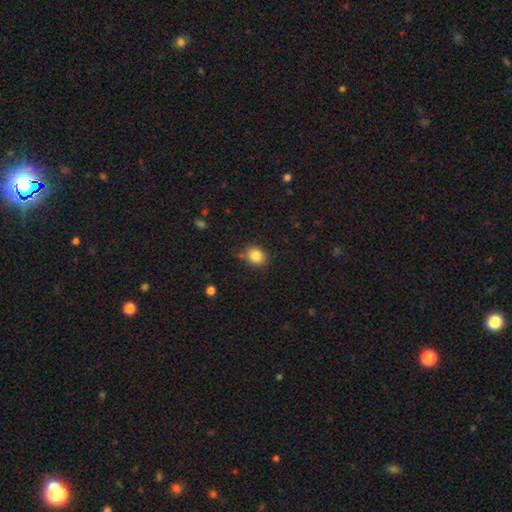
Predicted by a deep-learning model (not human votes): smooth-or-featured: smooth: 85% | star or artifact: 10% | featured or disk: 5%
  how-rounded: round: 69% | in between: 30% | cigar-shaped: 1%
  merging: none: 80% | minor disturbance: 13% | merger: 4% | major disturbance: 3%